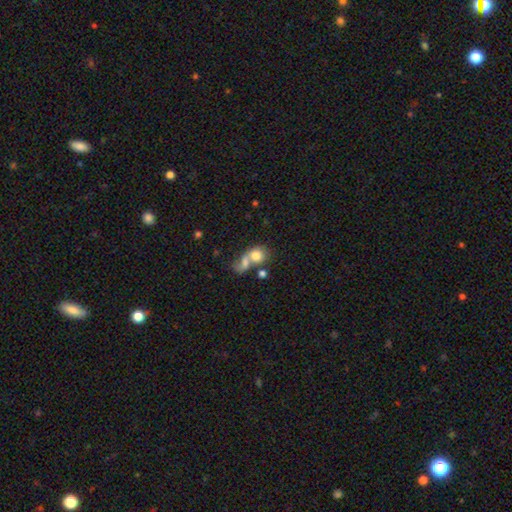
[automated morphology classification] type=smooth (73%); roundness=round (62%); merging=merger (64%).